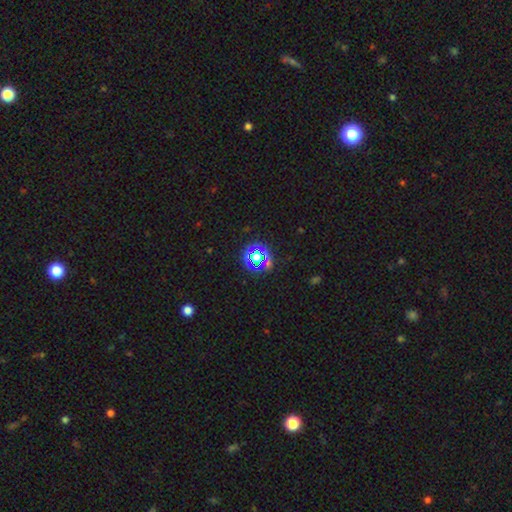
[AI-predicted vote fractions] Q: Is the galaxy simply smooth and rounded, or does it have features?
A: star or artifact — 66%.